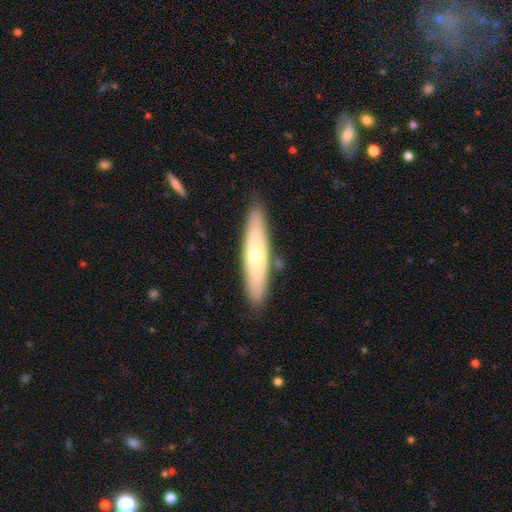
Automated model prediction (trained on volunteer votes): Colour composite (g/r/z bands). It shows a featured or disk galaxy (47%). Merging: none (87%).